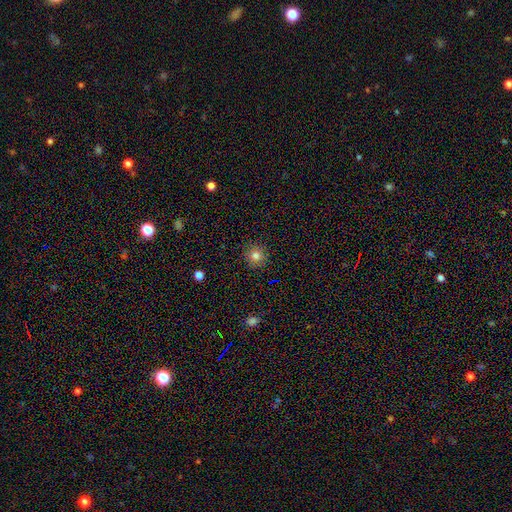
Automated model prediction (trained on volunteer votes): This appears to be a smooth galaxy with no disk features (81%) that is round (94%). Merging: none (90%).